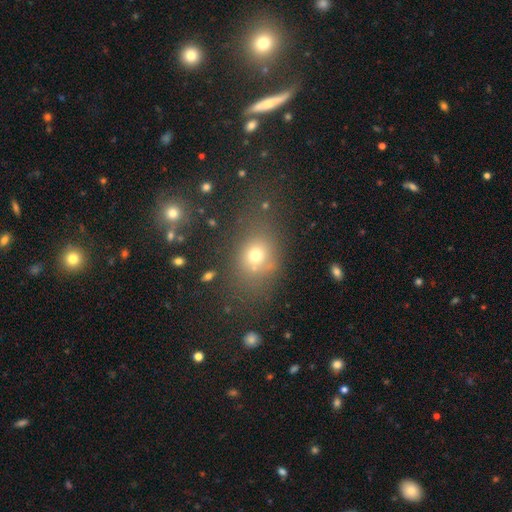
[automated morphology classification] smooth-or-featured: smooth: 69% | star or artifact: 18% | featured or disk: 13%
  how-rounded: in between: 54% | round: 44% | cigar-shaped: 2%
  merging: none: 63% | minor disturbance: 17% | major disturbance: 11% | merger: 9%